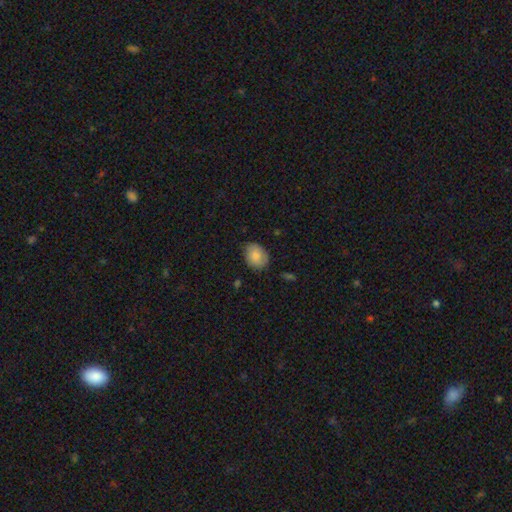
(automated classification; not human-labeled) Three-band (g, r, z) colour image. It shows a smooth galaxy with no disk features (81%) that is in between round and cigar-shaped (61%). Merging: none (74%).